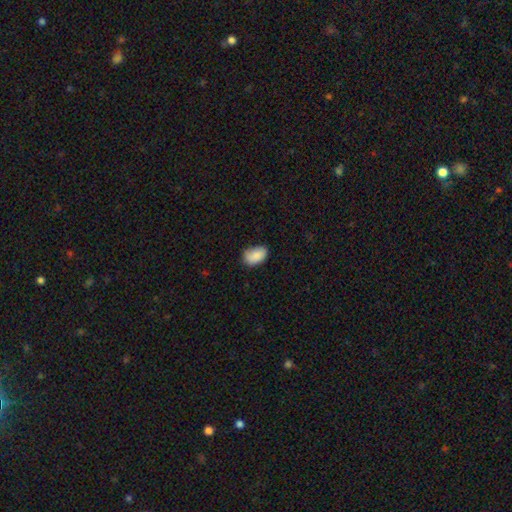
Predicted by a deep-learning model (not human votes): Q: Smooth or featured?
A: smooth (87%); runner-up: star or artifact (7%)
Q: How rounded?
A: in between (88%); runner-up: round (11%)
Q: Merging?
A: none (68%); runner-up: minor disturbance (26%)